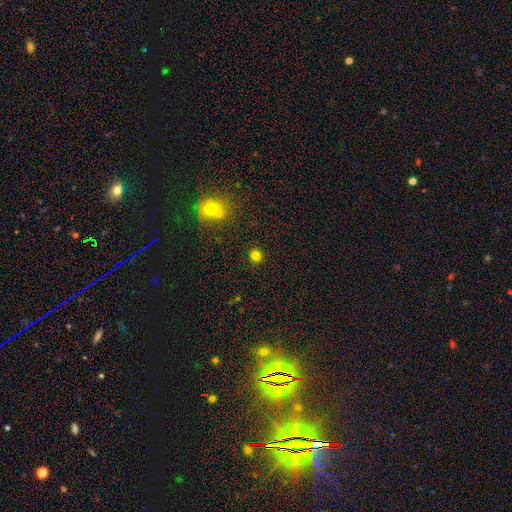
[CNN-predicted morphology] A smooth galaxy with no disk features (80%) that is round (80%). Merging: none (89%).